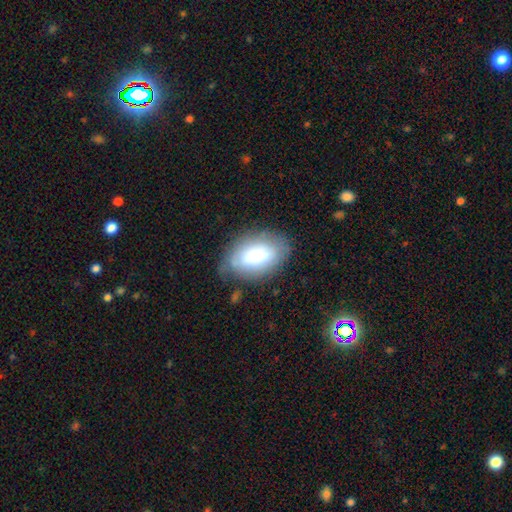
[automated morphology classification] This appears to be a smooth galaxy with no disk features (62%) that is in between round and cigar-shaped (91%). Merging: none (75%).